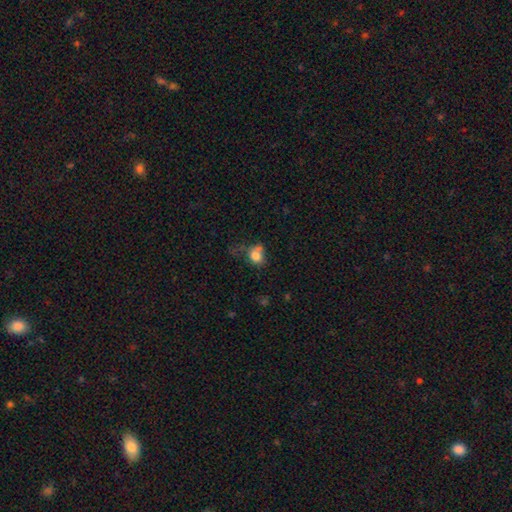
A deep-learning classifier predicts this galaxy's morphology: Overall: smooth (78%). How rounded: round (60%; in between 39%). Merging: none (37%; minor disturbance 24%).